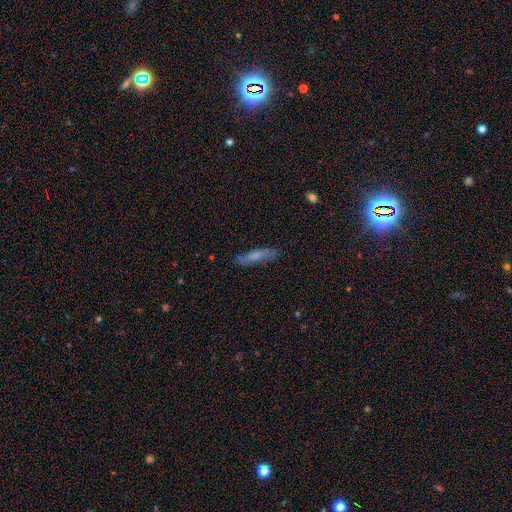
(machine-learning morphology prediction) Overall: smooth (63%; featured or disk 28%). How rounded: cigar-shaped (79%). Merging: none (72%).